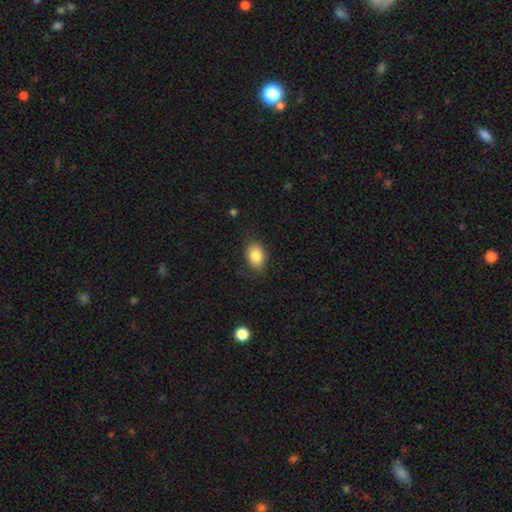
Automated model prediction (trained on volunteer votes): Morphology: type=smooth (84%); roundness=in between (77%); merging=none (81%).